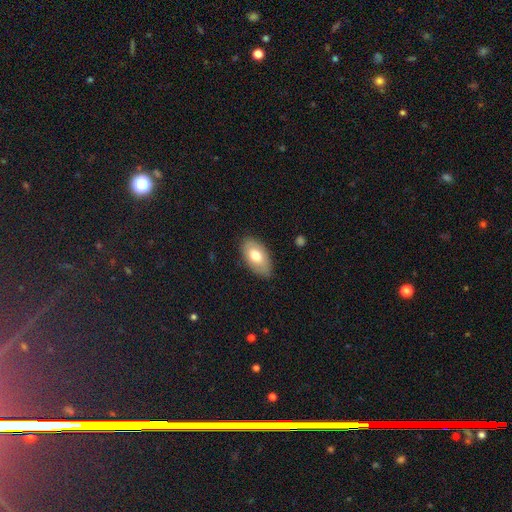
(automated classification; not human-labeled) This is likely a smooth galaxy (71%). How rounded: clearly in between (94%). Merging: clearly none (81%).